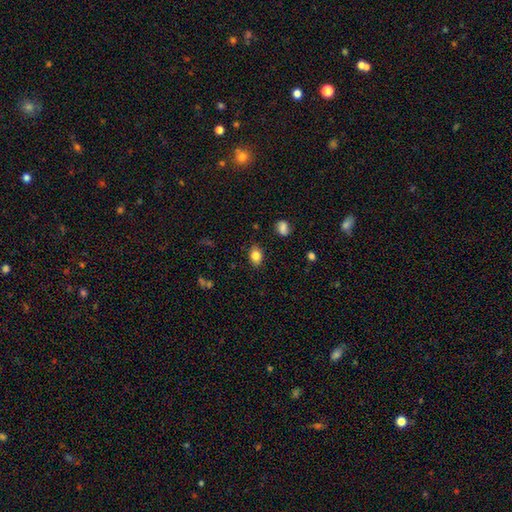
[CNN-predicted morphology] The model was most divided on "how rounded": in between: 75%, round: 24%, cigar-shaped: 1%. More confident: merging — none (85%); smooth or featured — smooth (83%).